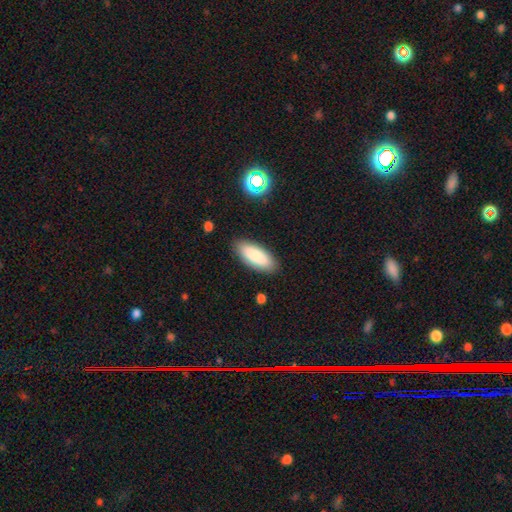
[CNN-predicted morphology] Smooth or featured: smooth — 86% (featured or disk — 8%)
How rounded: in between — 78% (cigar-shaped — 20%)
Merging: none — 87% (minor disturbance — 10%)